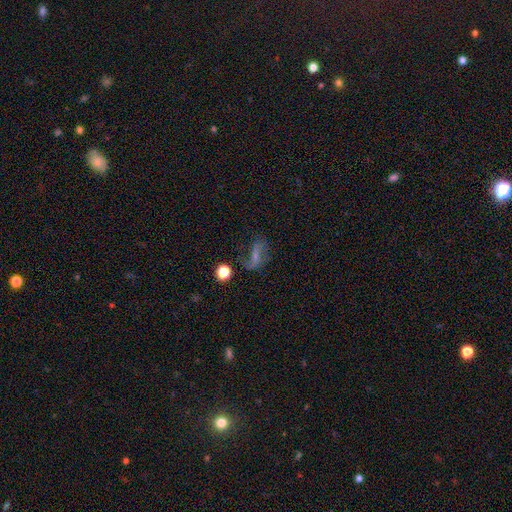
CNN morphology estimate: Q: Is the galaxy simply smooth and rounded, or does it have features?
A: featured or disk — 57%.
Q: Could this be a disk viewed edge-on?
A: no — 93%.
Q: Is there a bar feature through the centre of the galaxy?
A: weak — 37%.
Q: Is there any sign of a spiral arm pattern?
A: yes — 77%.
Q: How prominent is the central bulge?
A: small — 50%.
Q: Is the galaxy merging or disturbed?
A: none — 50%.